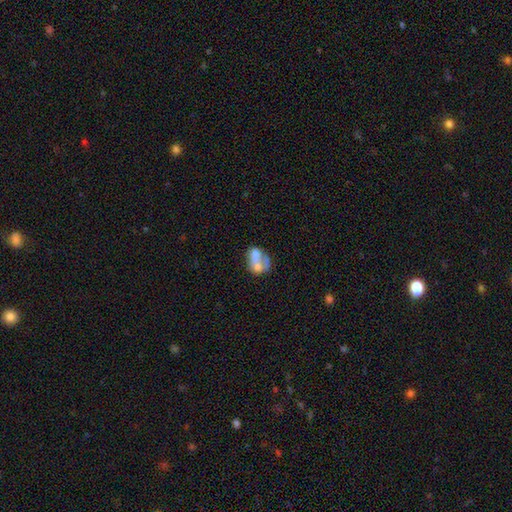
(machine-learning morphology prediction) Smooth or featured? Predicted: smooth (p=0.50). How rounded? Predicted: in between (p=0.67). Merging? Predicted: merger (p=0.51).